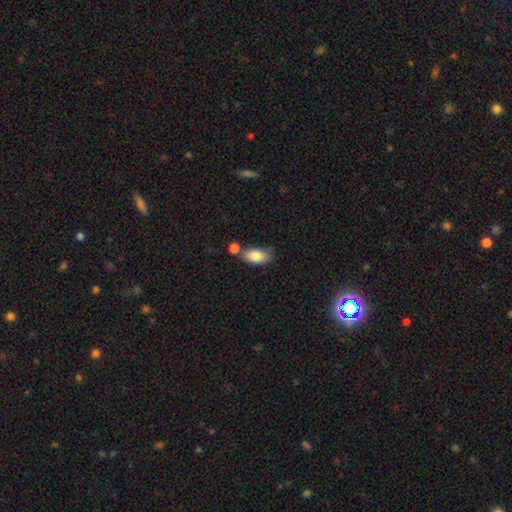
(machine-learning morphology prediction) Smooth or featured: smooth — 84% (featured or disk — 9%)
How rounded: in between — 90% (round — 5%)
Merging: none — 52% (merger — 25%)